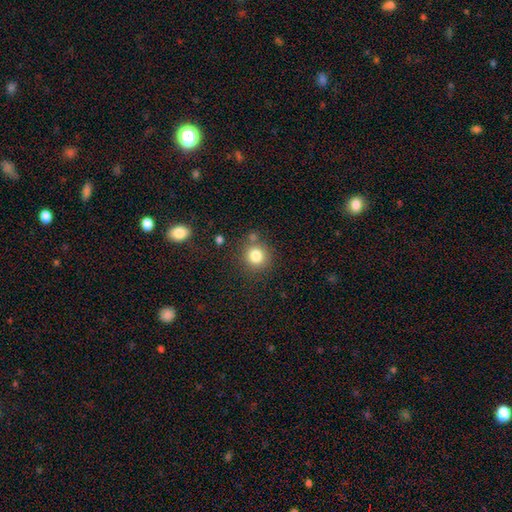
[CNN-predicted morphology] smooth-or-featured: smooth: 82% | star or artifact: 11% | featured or disk: 7%
  how-rounded: round: 90% | in between: 9% | cigar-shaped: 1%
  merging: none: 77% | minor disturbance: 11% | merger: 9% | major disturbance: 4%